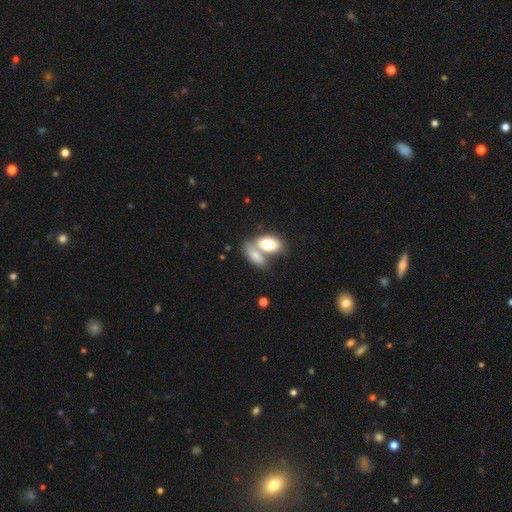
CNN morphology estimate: This appears to be a smooth galaxy with no disk features (76%) that is in between round and cigar-shaped (86%). Merging: merger (59%).